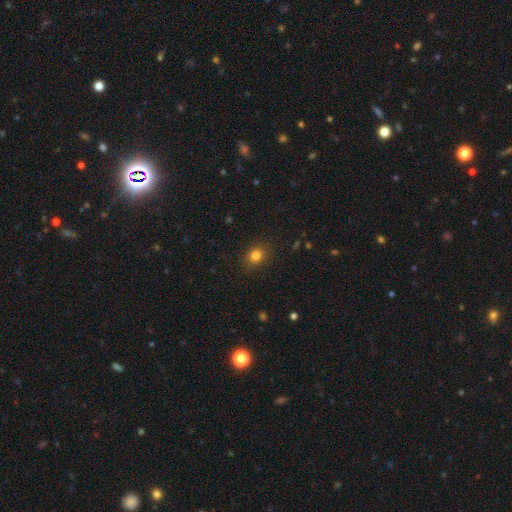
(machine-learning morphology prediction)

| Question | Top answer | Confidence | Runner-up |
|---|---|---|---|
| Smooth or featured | smooth | 81% | star or artifact (13%) |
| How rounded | round | 62% | in between (37%) |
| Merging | none | 87% | minor disturbance (9%) |